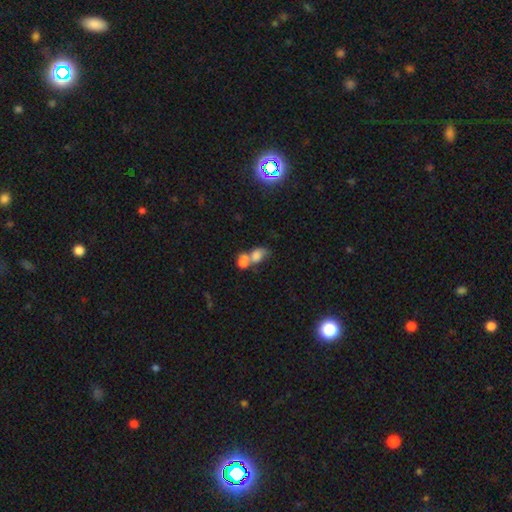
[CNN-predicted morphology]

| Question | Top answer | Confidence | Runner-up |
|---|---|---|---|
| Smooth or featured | smooth | 69% | featured or disk (19%) |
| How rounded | in between | 67% | round (30%) |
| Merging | merger | 68% | none (17%) |